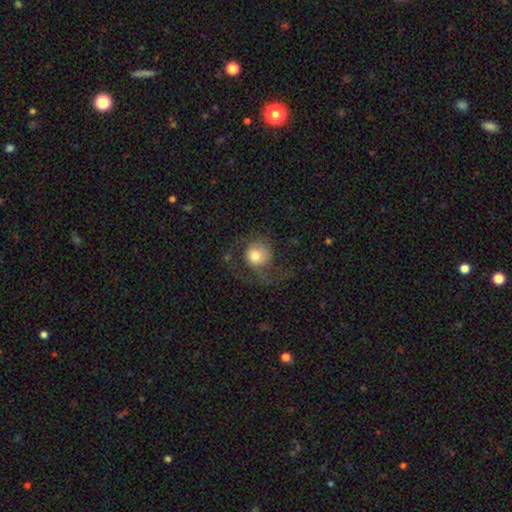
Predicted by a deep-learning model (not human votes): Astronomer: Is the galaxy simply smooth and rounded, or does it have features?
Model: smooth — 52% (runner-up: featured or disk, 40%).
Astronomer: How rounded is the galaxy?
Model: round — 87%.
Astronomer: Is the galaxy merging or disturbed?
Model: none — 41% (runner-up: major disturbance, 40%).